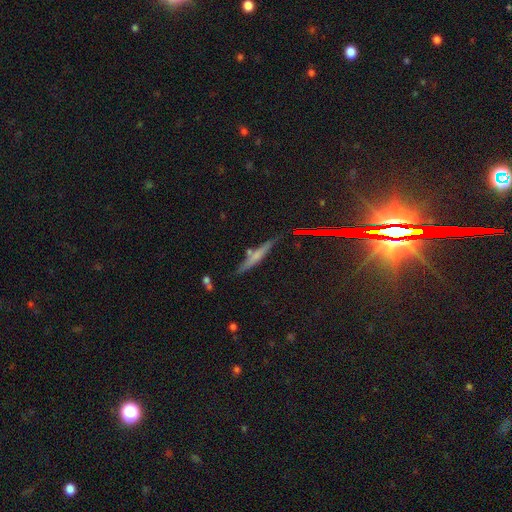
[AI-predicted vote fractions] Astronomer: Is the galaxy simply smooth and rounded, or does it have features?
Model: smooth — 47% (runner-up: featured or disk, 39%).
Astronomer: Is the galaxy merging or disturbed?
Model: none — 76%.